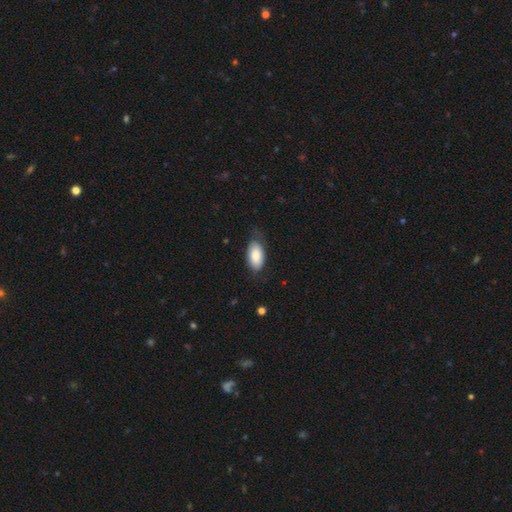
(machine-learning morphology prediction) Q: Smooth or featured?
A: smooth (83%); runner-up: featured or disk (11%)
Q: How rounded?
A: in between (94%); runner-up: round (3%)
Q: Merging?
A: none (65%); runner-up: minor disturbance (26%)